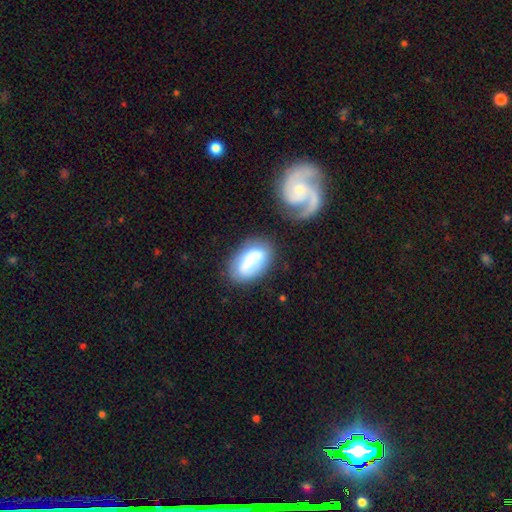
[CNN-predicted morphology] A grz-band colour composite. It shows a smooth galaxy with no disk features (63%) that is in between round and cigar-shaped (90%). Merging: none (55%).